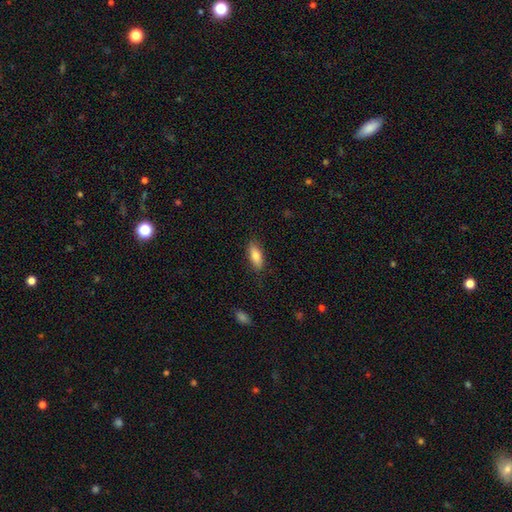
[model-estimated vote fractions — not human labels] Smooth or featured? Predicted: smooth (p=0.81). How rounded? Predicted: in between (p=0.77). Merging? Predicted: none (p=0.84).